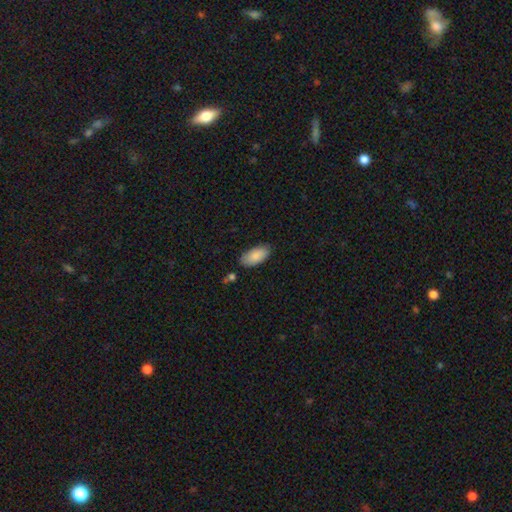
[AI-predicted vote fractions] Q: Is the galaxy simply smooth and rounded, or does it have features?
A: smooth — 87%.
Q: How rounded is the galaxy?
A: in between — 92%.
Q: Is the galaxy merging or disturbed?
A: none — 82%.